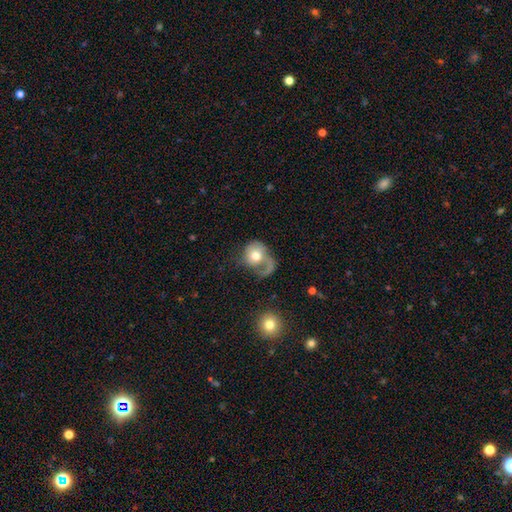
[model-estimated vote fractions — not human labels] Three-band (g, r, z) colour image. It shows a smooth galaxy with no disk features (48%). Merging: major disturbance (52%).